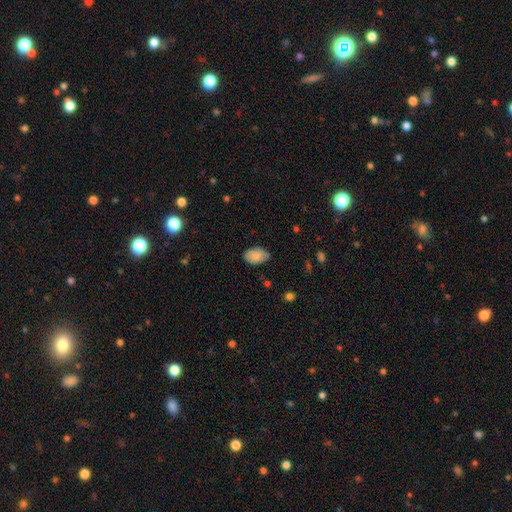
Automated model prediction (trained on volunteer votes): This appears to be a smooth galaxy with no disk features (83%) that is in between round and cigar-shaped (90%). Merging: none (72%).